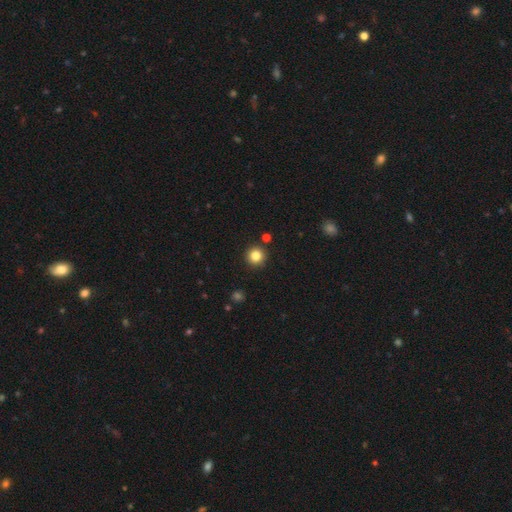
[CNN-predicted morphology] A smooth galaxy with no disk features (84%) that is round (95%).

Vote fractions:
- Smooth or featured? smooth: 84% / star or artifact: 11% / featured or disk: 5%
- How rounded? round: 95% / in between: 4% / cigar-shaped: 1%
- Merging? none: 91% / minor disturbance: 5% / merger: 3% / major disturbance: 2%